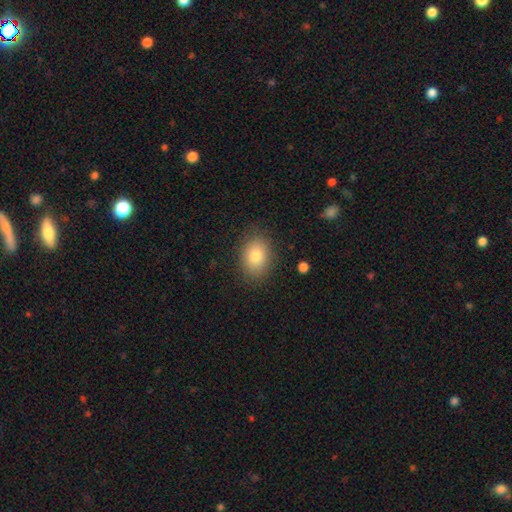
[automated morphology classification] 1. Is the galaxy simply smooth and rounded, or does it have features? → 81% smooth, 10% featured or disk, 9% star or artifact.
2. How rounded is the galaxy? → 67% in between, 32% round, 1% cigar-shaped.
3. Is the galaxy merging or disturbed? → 85% none, 11% minor disturbance, 3% major disturbance, 1% merger.